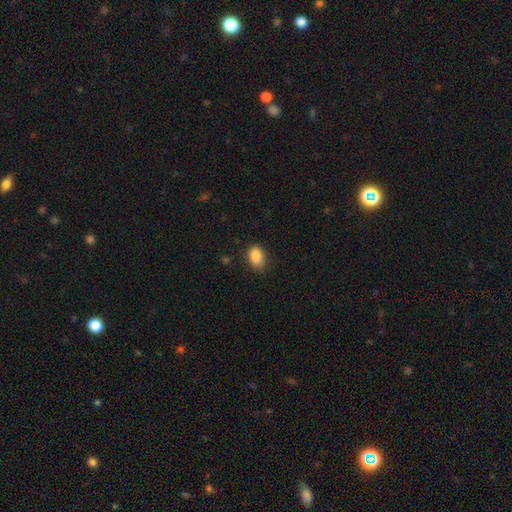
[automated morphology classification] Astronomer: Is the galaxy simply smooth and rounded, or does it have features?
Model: smooth — 88%.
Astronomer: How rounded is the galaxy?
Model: in between — 87%.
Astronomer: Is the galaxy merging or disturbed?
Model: none — 75%.